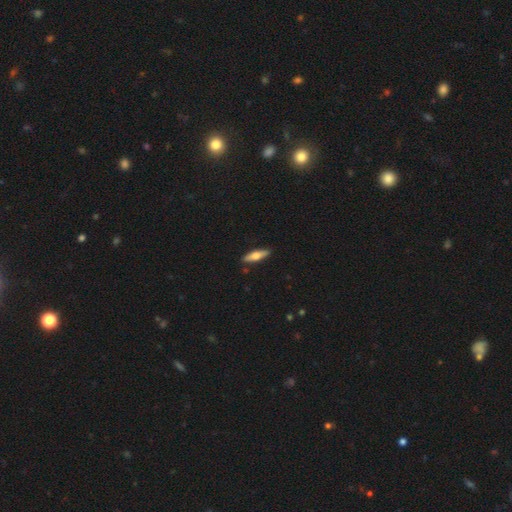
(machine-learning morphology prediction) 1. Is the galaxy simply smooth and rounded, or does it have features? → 59% smooth, 35% featured or disk, 5% star or artifact.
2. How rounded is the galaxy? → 65% cigar-shaped, 33% in between, 2% round.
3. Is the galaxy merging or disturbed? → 89% none, 9% minor disturbance, 2% major disturbance, 1% merger.